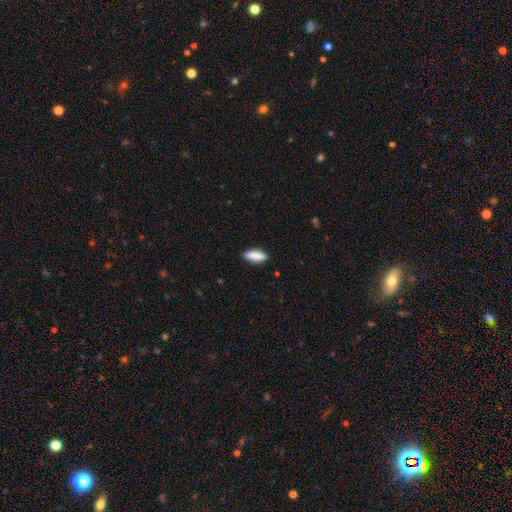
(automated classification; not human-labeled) This is clearly a smooth galaxy (82%). How rounded: possibly in between (51%). Merging: clearly none (87%).